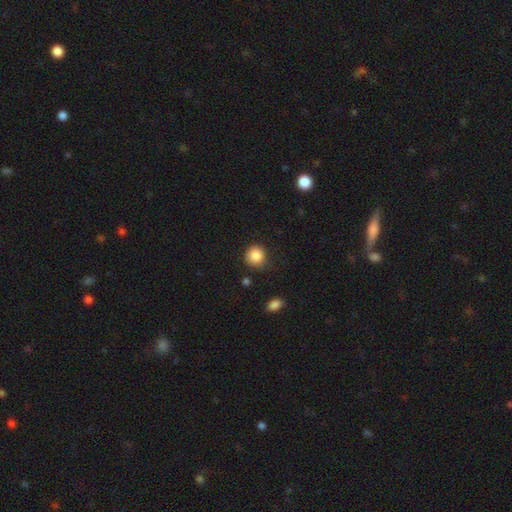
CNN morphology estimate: type=smooth (87%); roundness=round (89%); merging=none (79%).